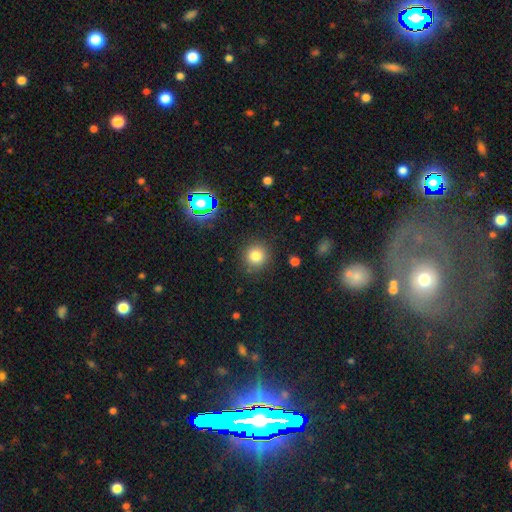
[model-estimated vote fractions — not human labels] Smooth or featured? Predicted: smooth (p=0.79). How rounded? Predicted: round (p=0.91). Merging? Predicted: none (p=0.88).